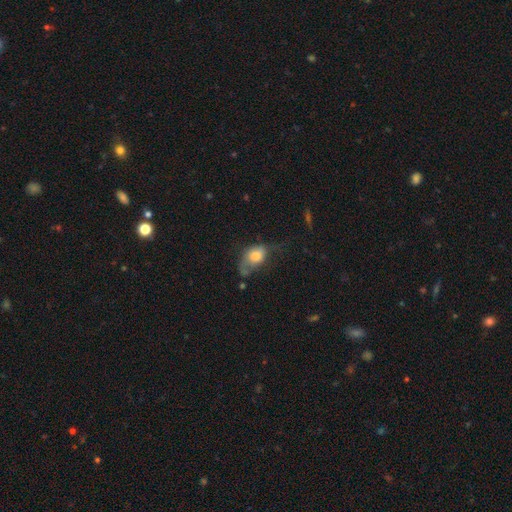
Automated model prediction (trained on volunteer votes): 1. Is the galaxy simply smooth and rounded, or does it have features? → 74% smooth, 18% featured or disk, 8% star or artifact.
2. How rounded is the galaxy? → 78% in between, 20% round, 2% cigar-shaped.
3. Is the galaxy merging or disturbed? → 34% major disturbance, 33% minor disturbance, 28% none, 6% merger.